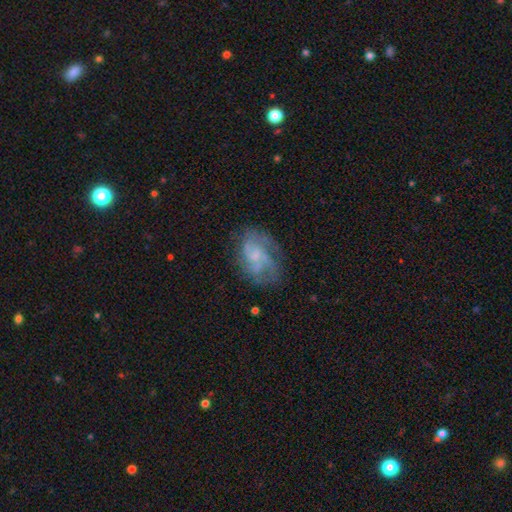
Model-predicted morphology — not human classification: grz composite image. It shows a featured or disk galaxy (67%) with no bar (63%), medium (44%) spiral arms (83%) and a small central bulge (43%). Merging: none (60%).